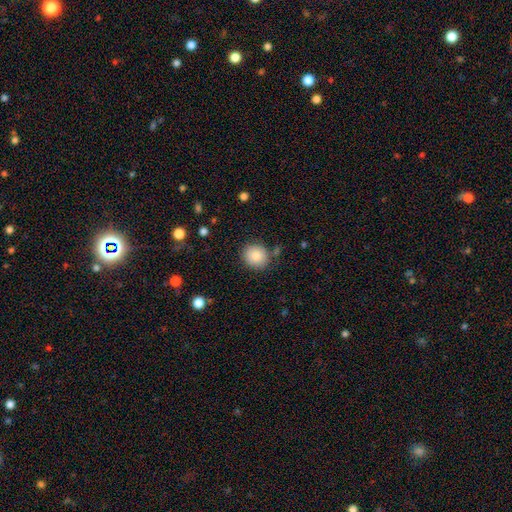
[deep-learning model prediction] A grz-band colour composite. It shows a smooth galaxy with no disk features (86%) that is round (85%). Merging: none (83%).